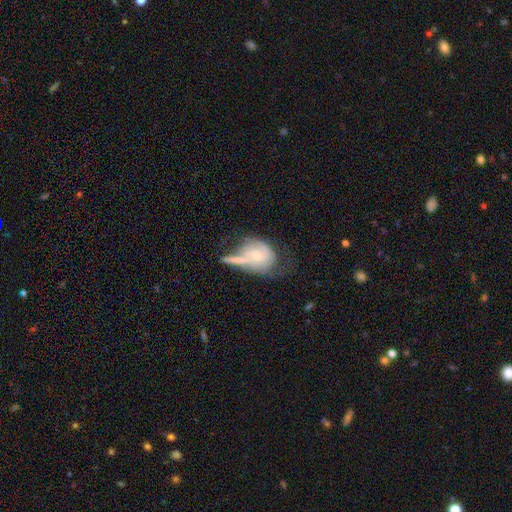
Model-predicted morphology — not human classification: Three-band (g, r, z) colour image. It shows a featured or disk galaxy (55%) with no bar (68%), spiral arms (62%) and a small central bulge (54%). Merging: merger (32%).